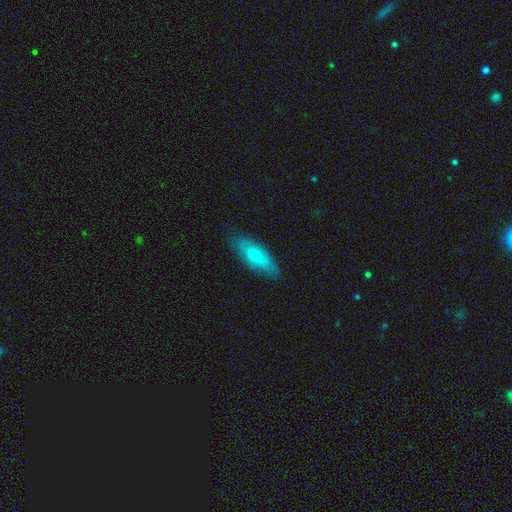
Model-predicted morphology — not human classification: The model was most divided on "how rounded": in between: 68%, cigar-shaped: 30%, round: 2%. More confident: merging — none (78%); smooth or featured — smooth (71%).